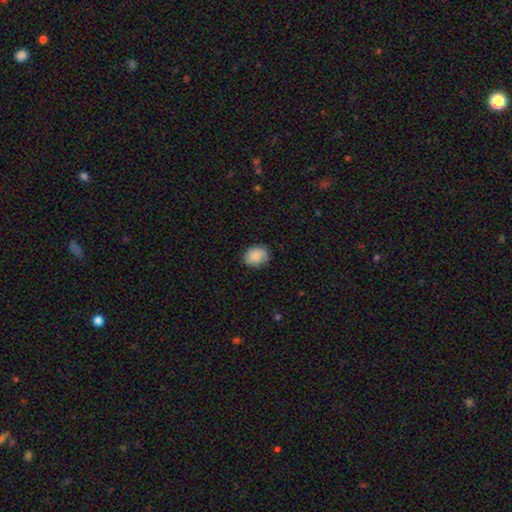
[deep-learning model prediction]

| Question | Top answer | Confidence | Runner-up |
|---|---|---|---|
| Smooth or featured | smooth | 88% | star or artifact (7%) |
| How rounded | in between | 50% | round (49%) |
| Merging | none | 83% | minor disturbance (13%) |